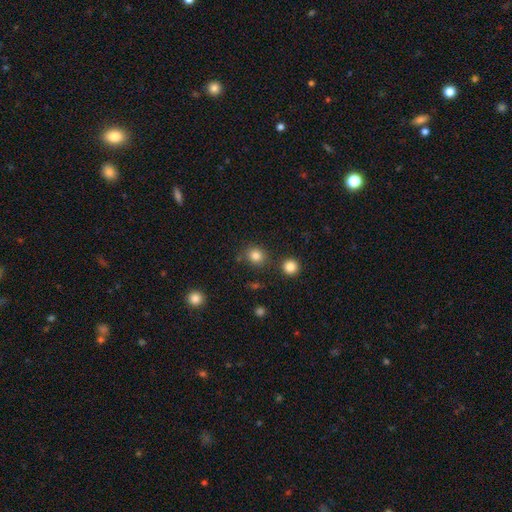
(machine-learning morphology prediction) Smooth or featured? smooth (83%)
How rounded? round (83%)
Merging? none (80%)